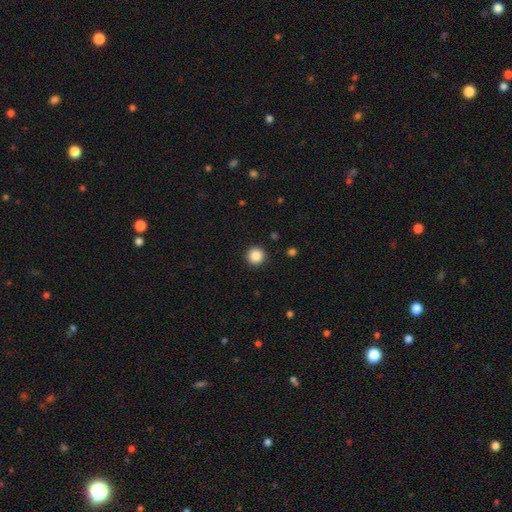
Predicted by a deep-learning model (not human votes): This appears to be a smooth galaxy with no disk features (86%) that is round (96%). Merging: none (93%).